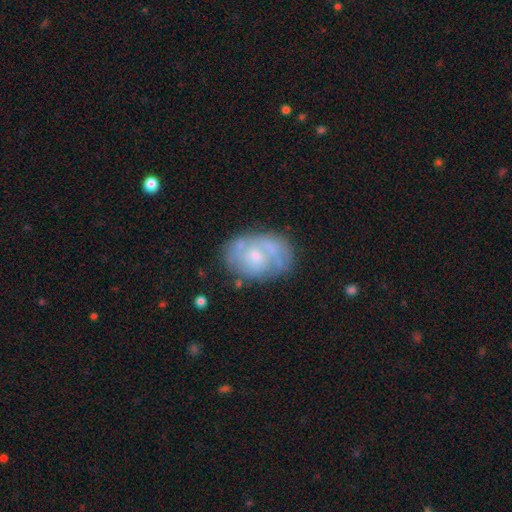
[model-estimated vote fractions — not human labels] This is possibly a featured or disk galaxy (56%). It is clearly not viewed edge-on (96%). Bar: likely no (72%). Spiral arm pattern: likely yes (65%). Central bulge: possibly small (51%). Merging: likely none (70%).